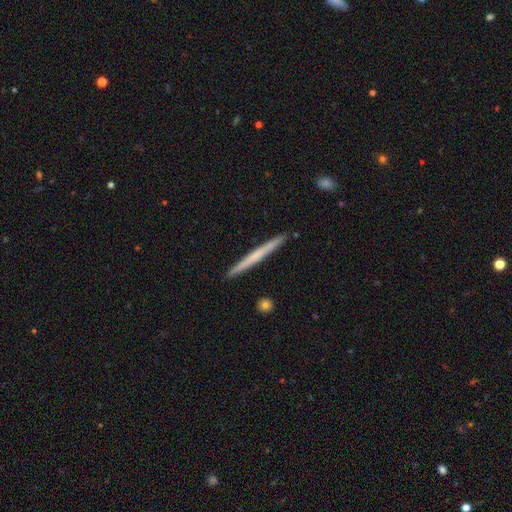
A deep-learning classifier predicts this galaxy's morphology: Smooth or featured? Predicted: smooth (p=0.50). How rounded? Predicted: cigar-shaped (p=0.97). Merging? Predicted: none (p=0.93).